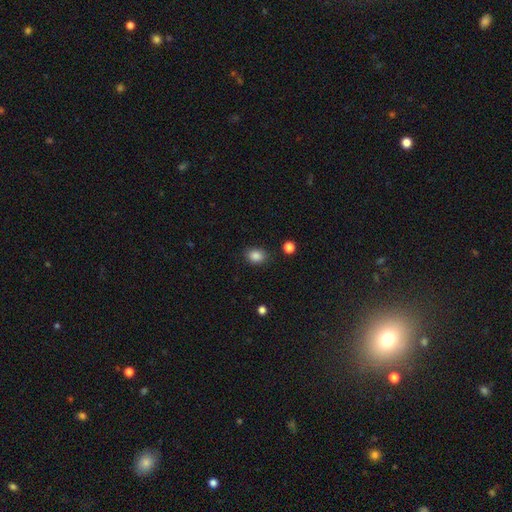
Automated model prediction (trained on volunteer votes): Smooth or featured?
  - smooth: 86% *
  - star or artifact: 10%
  - featured or disk: 4%
How rounded?
  - round: 50% *
  - in between: 49%
  - cigar-shaped: 1%
Merging?
  - none: 84% *
  - minor disturbance: 11%
  - major disturbance: 3%
  - merger: 2%